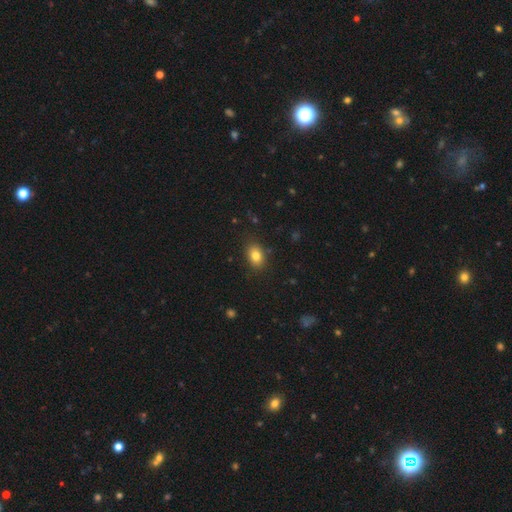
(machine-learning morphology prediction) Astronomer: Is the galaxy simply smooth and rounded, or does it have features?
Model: smooth — 83%.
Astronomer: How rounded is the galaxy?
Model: in between — 74%.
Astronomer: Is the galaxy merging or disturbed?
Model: none — 86%.